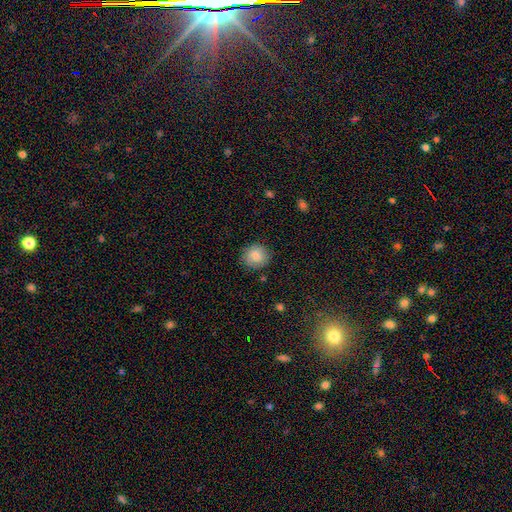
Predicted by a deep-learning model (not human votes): A smooth galaxy with no disk features (81%) that is round (88%). Merging: none (84%).